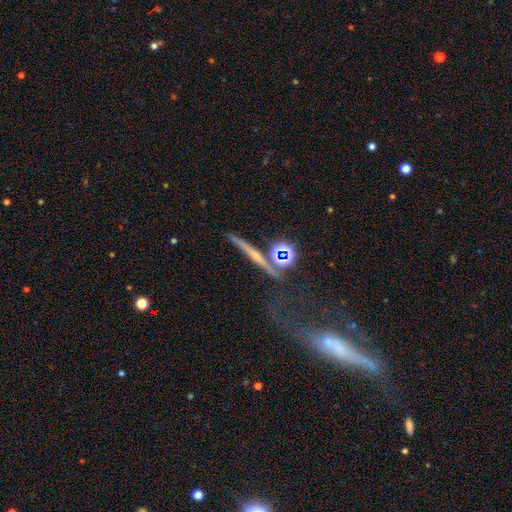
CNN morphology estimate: A featured or disk galaxy (49%). Merging: none (72%).